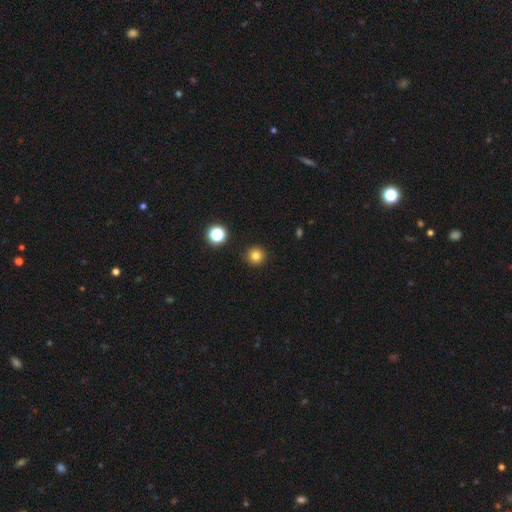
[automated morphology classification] smooth-or-featured: smooth: 80% | star or artifact: 14% | featured or disk: 6%
  how-rounded: round: 95% | in between: 4% | cigar-shaped: 1%
  merging: none: 91% | minor disturbance: 6% | major disturbance: 2% | merger: 2%